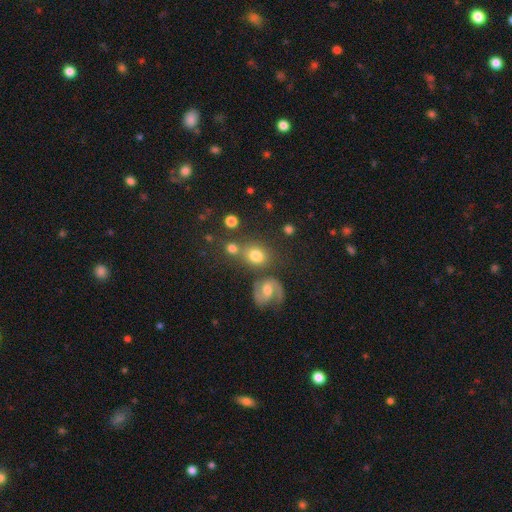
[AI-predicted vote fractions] Smooth or featured: smooth — 69% (featured or disk — 20%)
How rounded: round — 65% (in between — 34%)
Merging: none — 58% (merger — 22%)